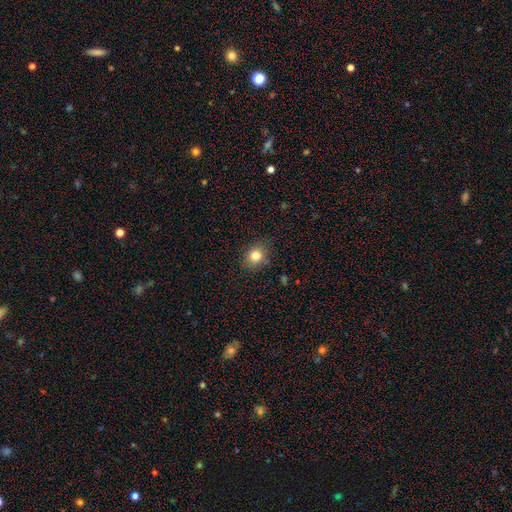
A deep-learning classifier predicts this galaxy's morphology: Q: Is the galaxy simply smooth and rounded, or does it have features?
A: smooth — 80%.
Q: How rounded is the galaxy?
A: round — 67%.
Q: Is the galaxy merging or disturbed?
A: none — 84%.